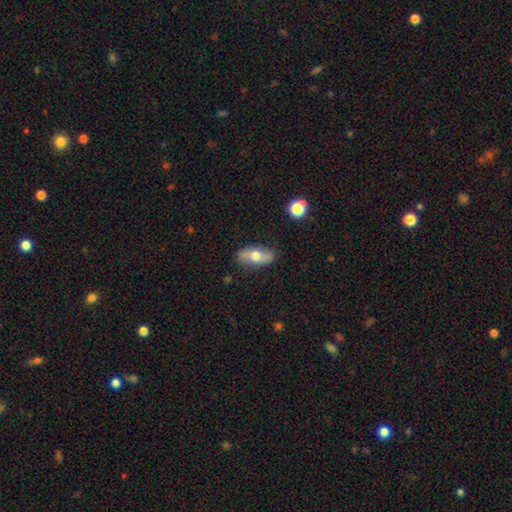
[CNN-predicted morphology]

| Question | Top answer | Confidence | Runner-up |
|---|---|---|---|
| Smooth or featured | smooth | 54% | featured or disk (39%) |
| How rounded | in between | 82% | cigar-shaped (12%) |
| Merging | none | 82% | minor disturbance (13%) |